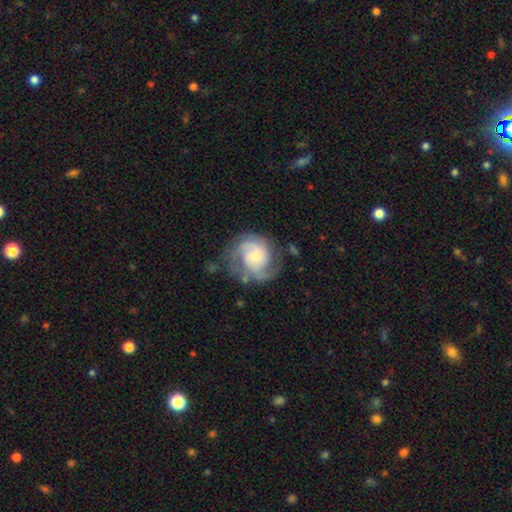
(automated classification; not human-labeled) A featured or disk galaxy (83%) with no bar (54%), 2 (62%) medium (46%) spiral arms (96%) and a small central bulge (48%). Merging: none (67%).